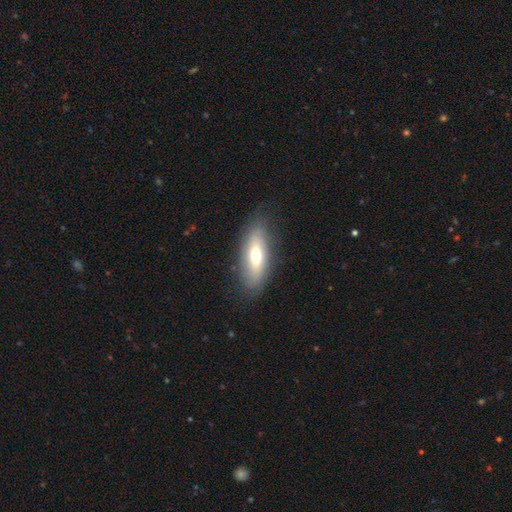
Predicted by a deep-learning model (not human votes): This appears to be a smooth galaxy with no disk features (62%) that is in between round and cigar-shaped (66%). Merging: none (81%).